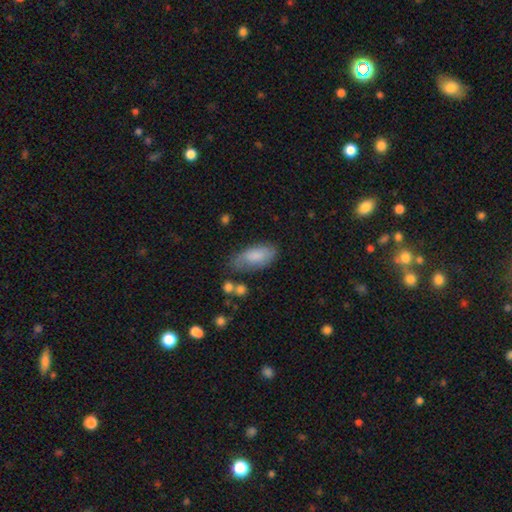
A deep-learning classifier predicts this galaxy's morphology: Smooth or featured? Predicted: smooth (p=0.79). How rounded? Predicted: in between (p=0.90). Merging? Predicted: none (p=0.61).